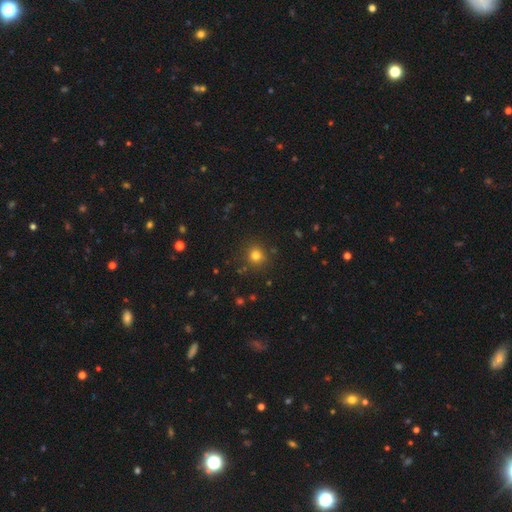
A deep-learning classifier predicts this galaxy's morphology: type=smooth (79%); roundness=round (90%); merging=none (87%).